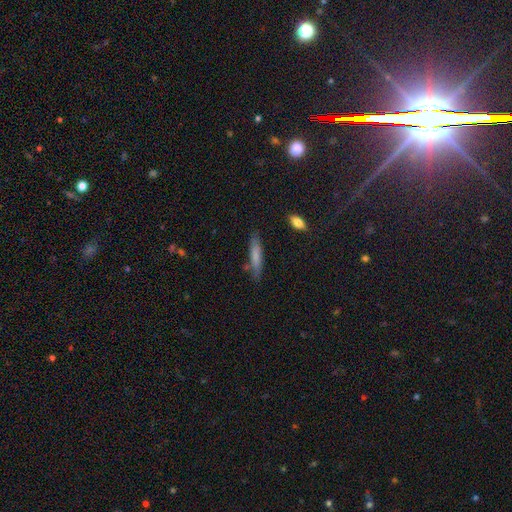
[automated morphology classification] smooth 72%, featured or disk 21%, star or artifact 7%. Down the decision tree: how rounded — cigar-shaped (85%); merging — none (76%).